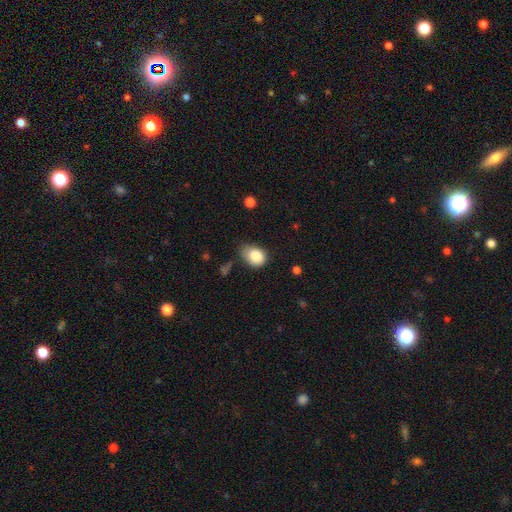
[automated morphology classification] Smooth or featured? smooth (83%)
How rounded? in between (62%)
Merging? none (46%)